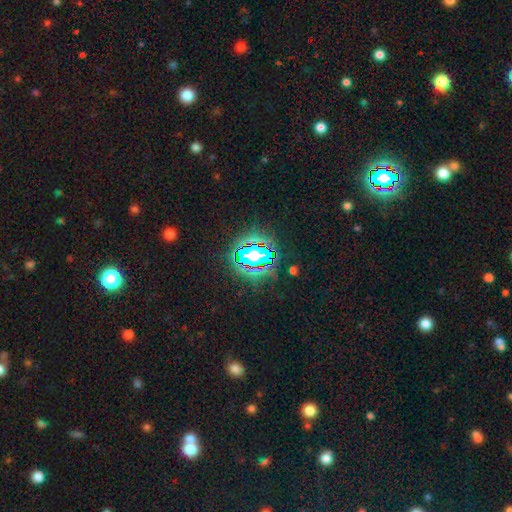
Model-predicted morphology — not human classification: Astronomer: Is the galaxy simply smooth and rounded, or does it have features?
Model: star or artifact — 68%.